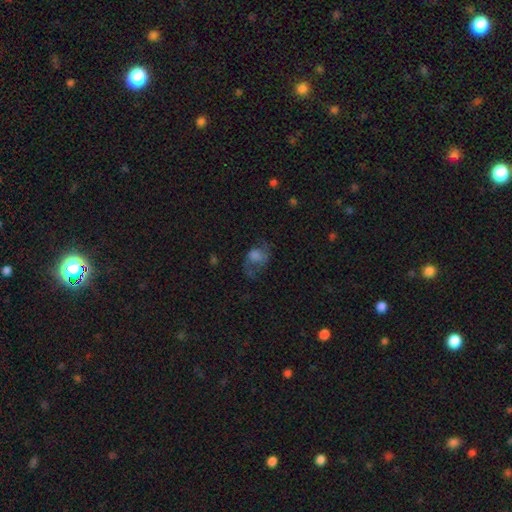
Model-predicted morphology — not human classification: A smooth galaxy with no disk features (43%). Merging: none (48%).